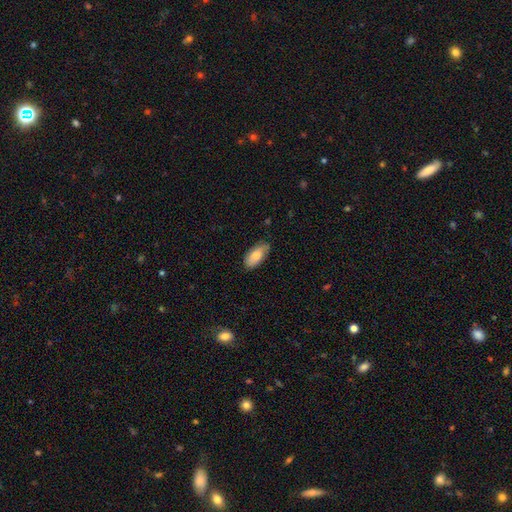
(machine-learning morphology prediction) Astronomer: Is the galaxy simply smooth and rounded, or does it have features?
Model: smooth — 81%.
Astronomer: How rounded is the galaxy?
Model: in between — 92%.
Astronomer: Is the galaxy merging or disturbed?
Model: none — 73%.